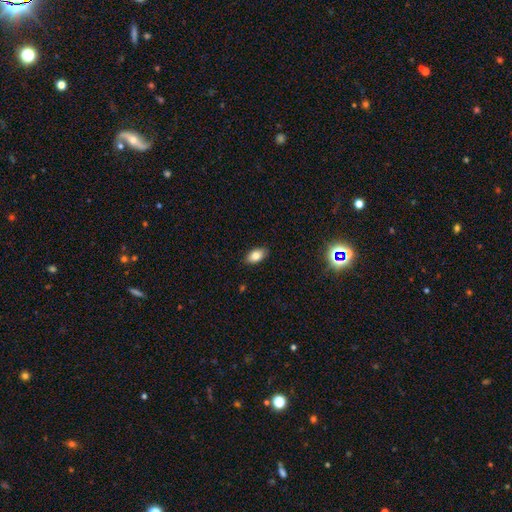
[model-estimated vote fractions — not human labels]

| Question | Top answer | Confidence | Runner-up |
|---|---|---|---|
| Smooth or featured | smooth | 82% | featured or disk (10%) |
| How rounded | in between | 92% | round (5%) |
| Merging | none | 87% | minor disturbance (10%) |